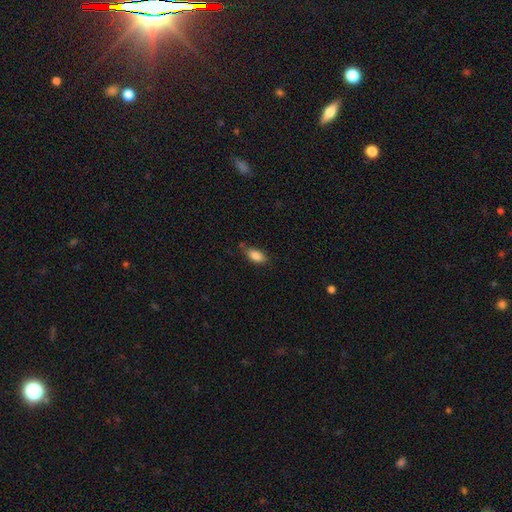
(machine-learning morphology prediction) smooth 87%, star or artifact 8%, featured or disk 5%. Down the decision tree: how rounded — in between (90%); merging — none (70%).